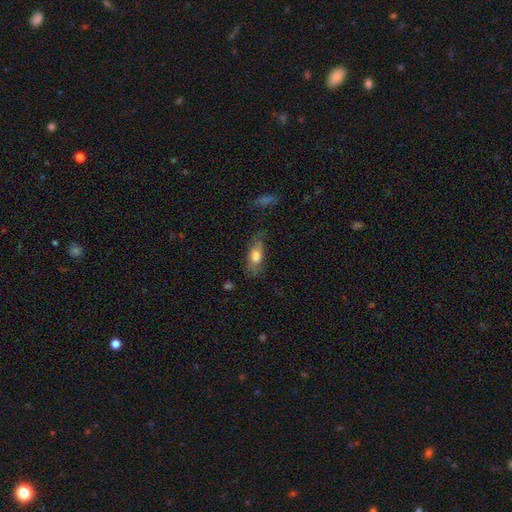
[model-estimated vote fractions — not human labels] Smooth or featured? Predicted: smooth (p=0.69). How rounded? Predicted: in between (p=0.71). Merging? Predicted: none (p=0.55).